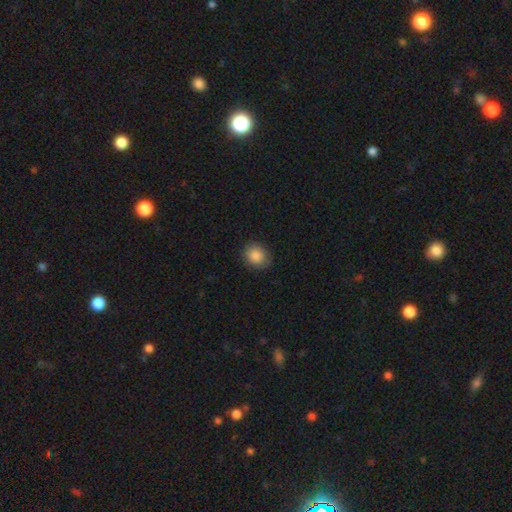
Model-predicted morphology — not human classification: Overall: smooth (87%). How rounded: round (74%). Merging: none (84%).